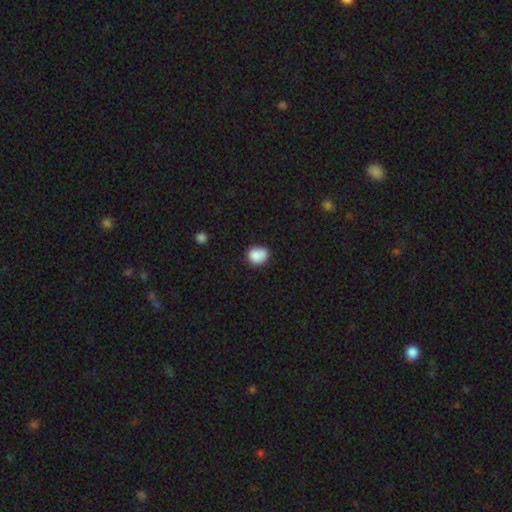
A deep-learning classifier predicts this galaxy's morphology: smooth_or_featured: smooth (p=0.83) [alt: star or artifact p=0.09]
how_rounded: round (p=0.68) [alt: in between p=0.31]
merging: none (p=0.57) [alt: minor disturbance p=0.23]